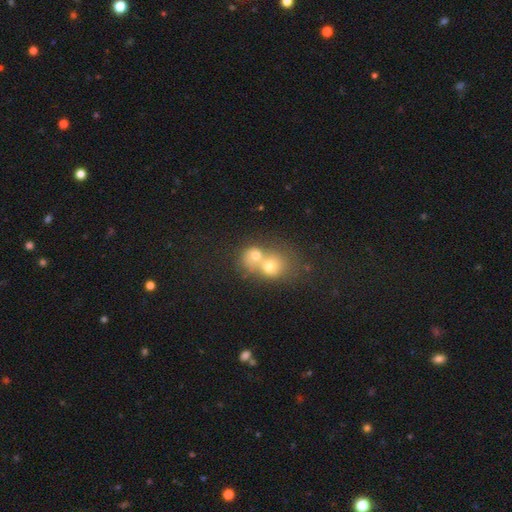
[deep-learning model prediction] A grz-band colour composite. It shows a smooth galaxy with no disk features (65%) that is round (66%). Merging: merger (76%).